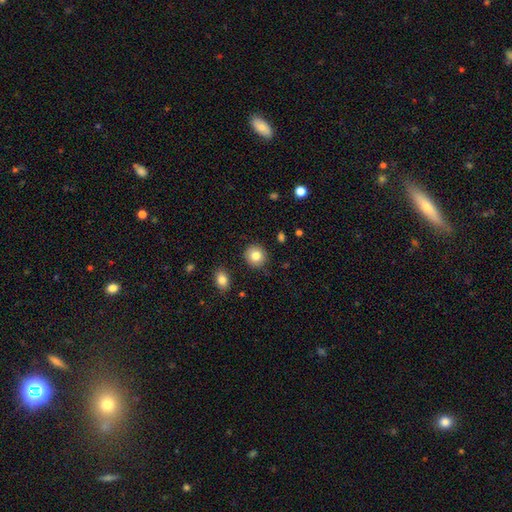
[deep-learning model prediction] Smooth or featured? smooth (82%)
How rounded? round (88%)
Merging? none (89%)